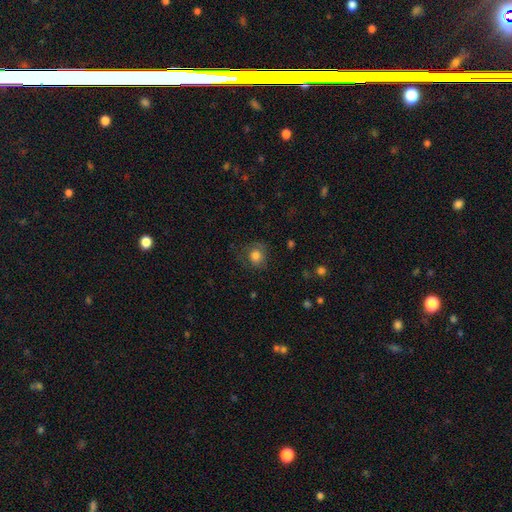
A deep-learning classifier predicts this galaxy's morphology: Smooth or featured? smooth (80%)
How rounded? round (83%)
Merging? none (71%)